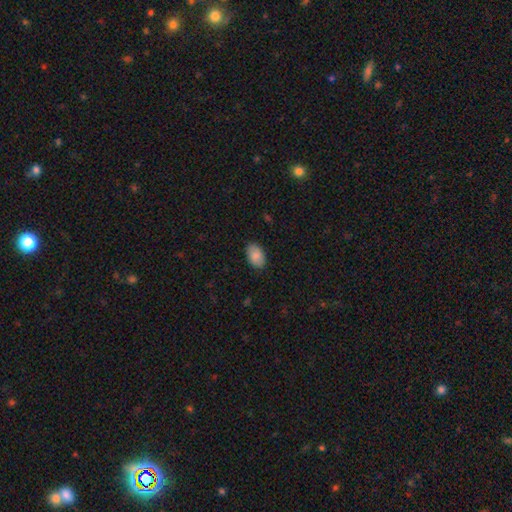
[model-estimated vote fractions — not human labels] Q: Smooth or featured?
A: smooth (87%); runner-up: featured or disk (7%)
Q: How rounded?
A: in between (92%); runner-up: round (7%)
Q: Merging?
A: none (87%); runner-up: minor disturbance (10%)